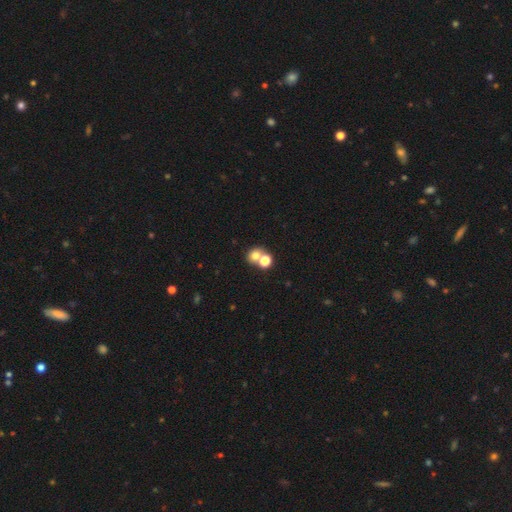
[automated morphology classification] smooth 72%, star or artifact 16%, featured or disk 12%. Down the decision tree: how rounded — round (71%); merging — merger (46%).